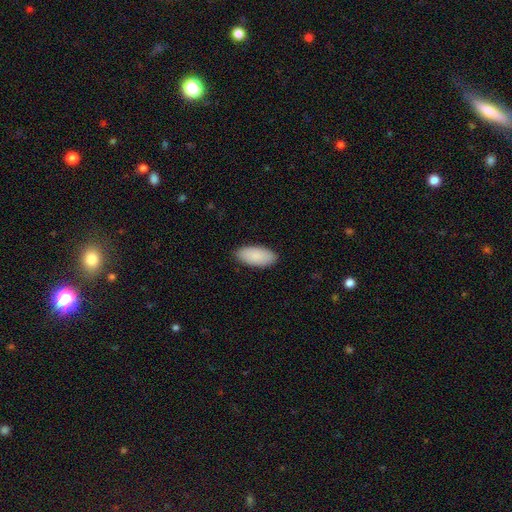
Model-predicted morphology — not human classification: type=smooth (89%); roundness=in between (92%); merging=none (88%).